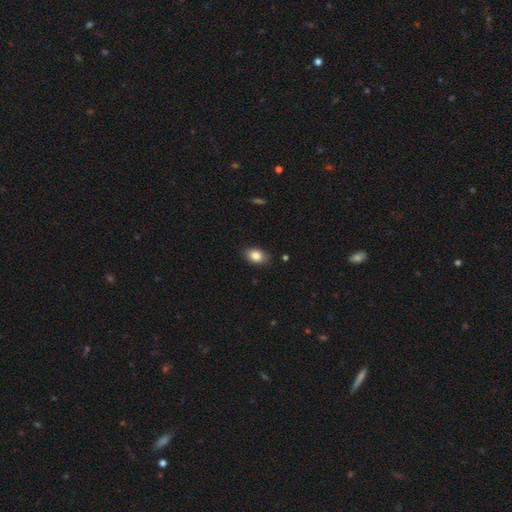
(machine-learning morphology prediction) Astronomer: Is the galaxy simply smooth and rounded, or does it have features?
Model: smooth — 85%.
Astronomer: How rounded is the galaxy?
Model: in between — 82%.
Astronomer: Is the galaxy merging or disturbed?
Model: none — 85%.